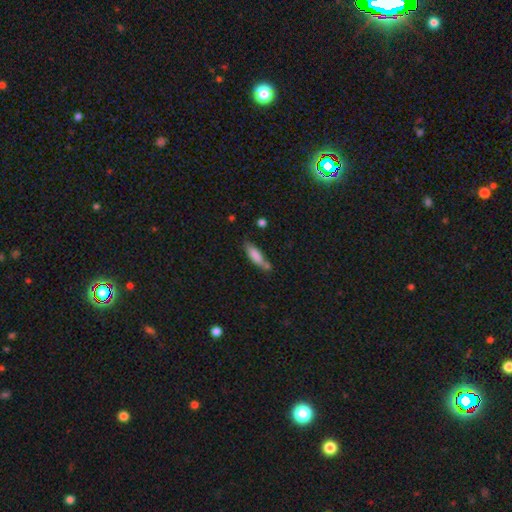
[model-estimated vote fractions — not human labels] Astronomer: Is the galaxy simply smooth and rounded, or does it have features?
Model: smooth — 80%.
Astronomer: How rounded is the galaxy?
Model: cigar-shaped — 56% (runner-up: in between, 42%).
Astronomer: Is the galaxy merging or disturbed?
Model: none — 56%.